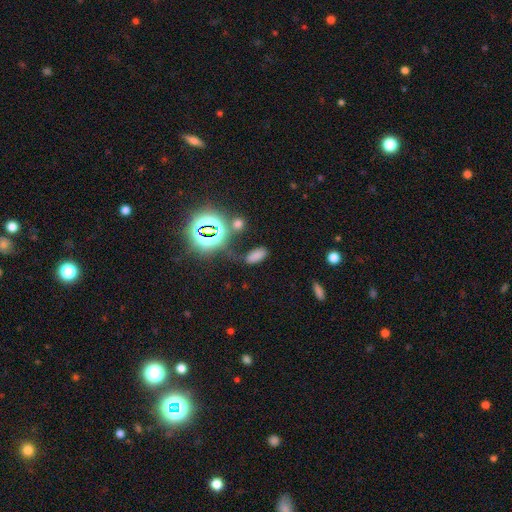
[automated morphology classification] This appears to be a smooth galaxy with no disk features (66%) that is in between round and cigar-shaped (88%). Merging: none (71%).